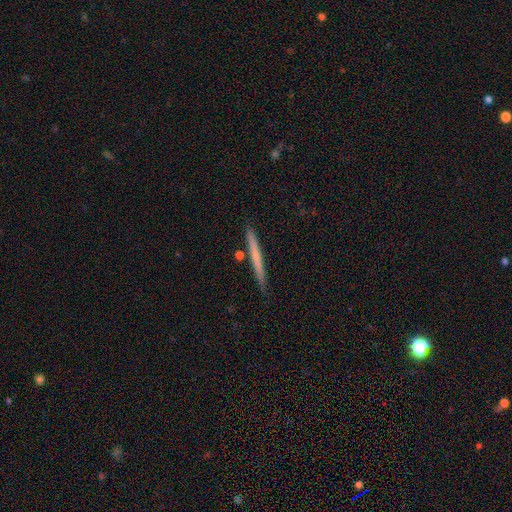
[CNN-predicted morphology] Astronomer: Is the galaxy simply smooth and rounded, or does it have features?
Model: smooth — 59% (runner-up: featured or disk, 36%).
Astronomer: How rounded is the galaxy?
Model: cigar-shaped — 97%.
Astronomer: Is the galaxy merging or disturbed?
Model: none — 88%.